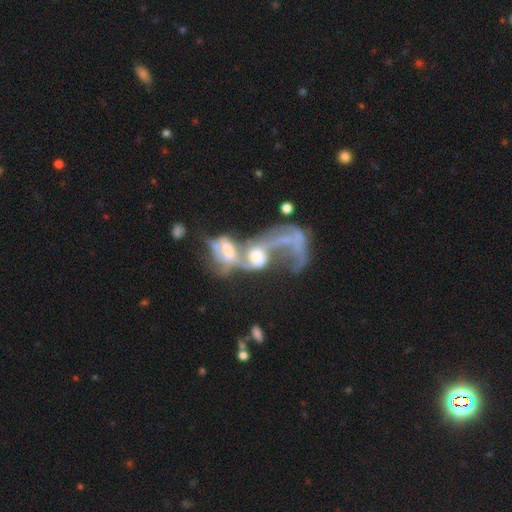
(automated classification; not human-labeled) This appears to be a featured or disk galaxy (67%) with no bar (66%), spiral arms (59%) and a moderate central bulge (37%). Merging: merger (73%).